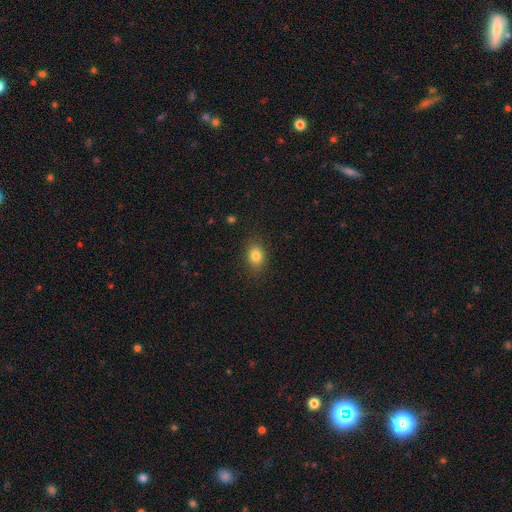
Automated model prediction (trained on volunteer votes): smooth_or_featured: smooth (p=0.82) [alt: star or artifact p=0.11]
how_rounded: in between (p=0.56) [alt: round p=0.43]
merging: none (p=0.86) [alt: minor disturbance p=0.10]